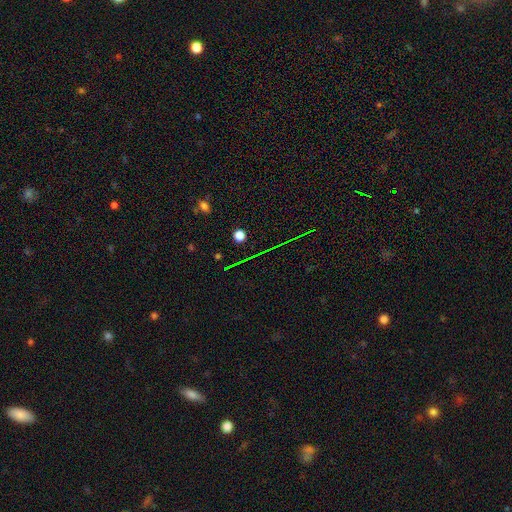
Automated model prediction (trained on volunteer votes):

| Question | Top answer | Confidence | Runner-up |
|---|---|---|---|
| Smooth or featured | star or artifact | 73% | smooth (14%) |